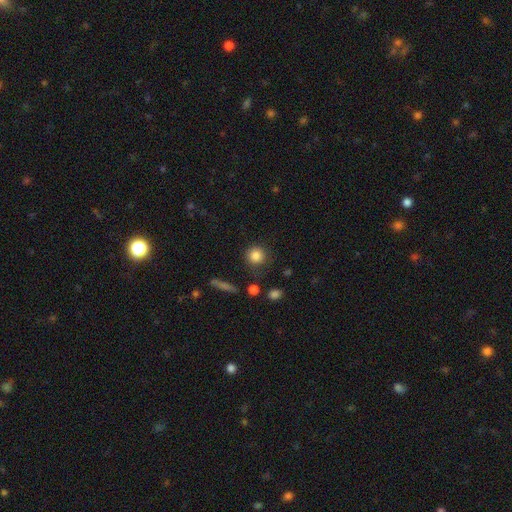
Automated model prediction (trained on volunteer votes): smooth 84%, star or artifact 10%, featured or disk 6%. Down the decision tree: how rounded — round (91%); merging — none (81%).